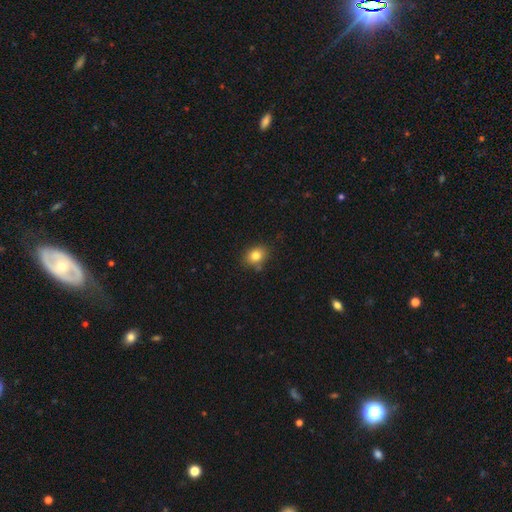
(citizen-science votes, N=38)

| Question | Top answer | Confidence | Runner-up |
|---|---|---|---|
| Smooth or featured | smooth | 82% | featured or disk (11%) |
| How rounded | in between | 61% | round (35%) |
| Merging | none | 77% | minor disturbance (17%) |